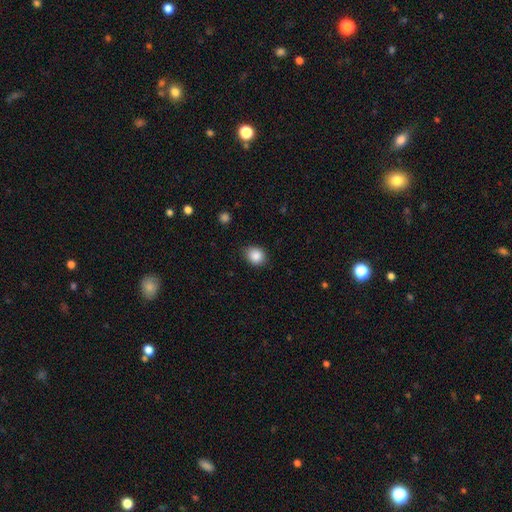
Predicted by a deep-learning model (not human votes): The model was most divided on "how rounded": round: 64%, in between: 36%, cigar-shaped: 1%. More confident: smooth or featured — smooth (87%); merging — none (83%).